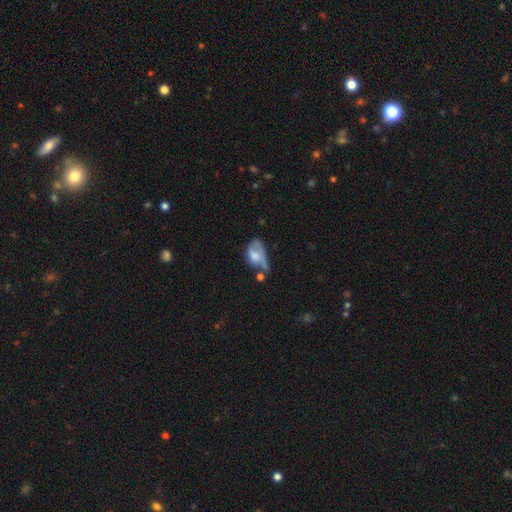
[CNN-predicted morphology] smooth 50%, featured or disk 40%, star or artifact 9%. Down the decision tree: how rounded — in between (81%); merging — major disturbance (36%).